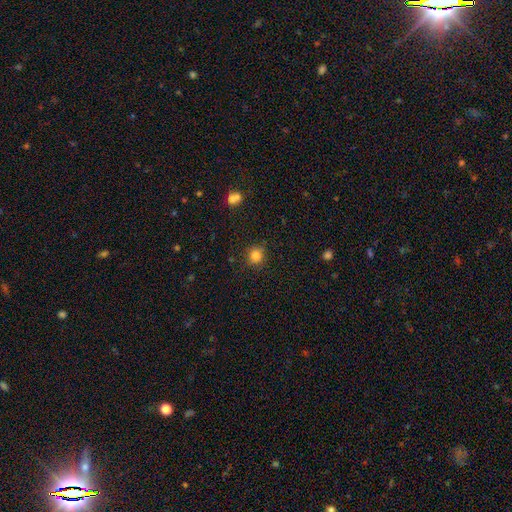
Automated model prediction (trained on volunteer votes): This appears to be a smooth galaxy with no disk features (83%) that is round (88%). Merging: none (85%).